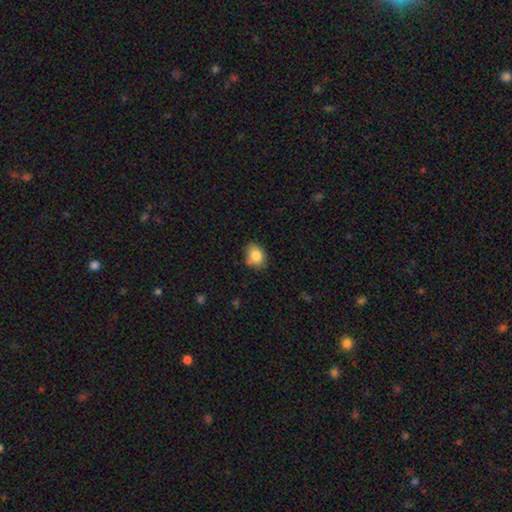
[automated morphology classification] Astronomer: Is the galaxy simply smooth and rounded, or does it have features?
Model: smooth — 83%.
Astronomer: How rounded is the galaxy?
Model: in between — 54% (runner-up: round, 45%).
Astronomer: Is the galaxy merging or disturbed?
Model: none — 74%.